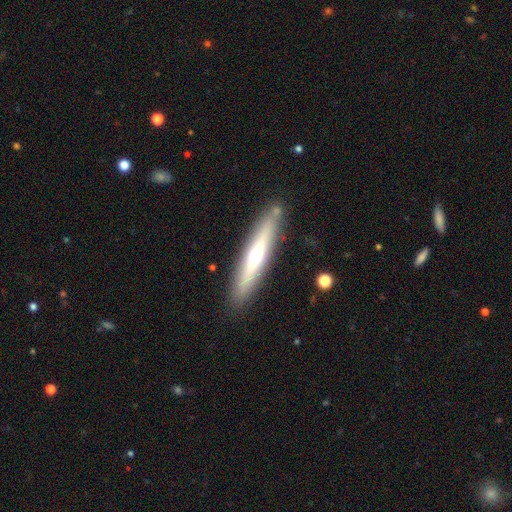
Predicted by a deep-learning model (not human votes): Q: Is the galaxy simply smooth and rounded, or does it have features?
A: featured or disk — 54%.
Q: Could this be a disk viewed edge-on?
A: yes — 90%.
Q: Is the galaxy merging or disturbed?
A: none — 86%.